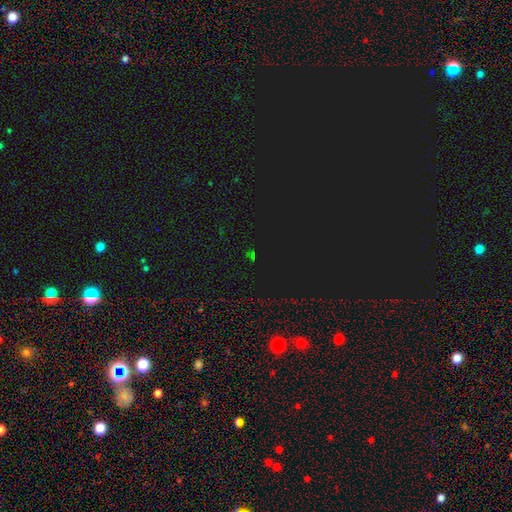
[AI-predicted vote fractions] Smooth or featured? star or artifact (74%)